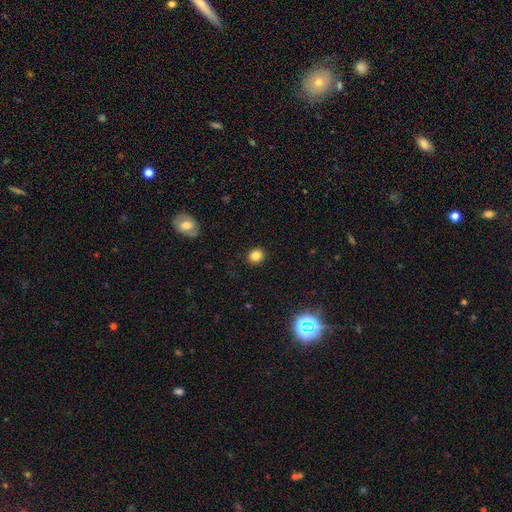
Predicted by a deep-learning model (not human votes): Smooth or featured: smooth — 83% (star or artifact — 12%)
How rounded: round — 81% (in between — 18%)
Merging: none — 91% (minor disturbance — 6%)